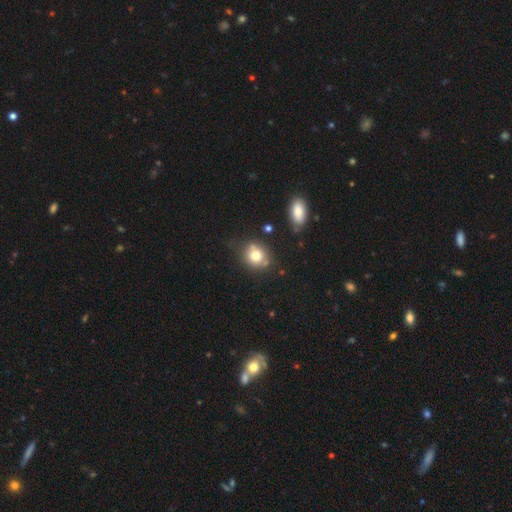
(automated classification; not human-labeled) Smooth or featured?
  - smooth: 75% *
  - featured or disk: 14%
  - star or artifact: 11%
How rounded?
  - round: 76% *
  - in between: 23%
  - cigar-shaped: 1%
Merging?
  - none: 68% *
  - minor disturbance: 19%
  - merger: 8%
  - major disturbance: 5%